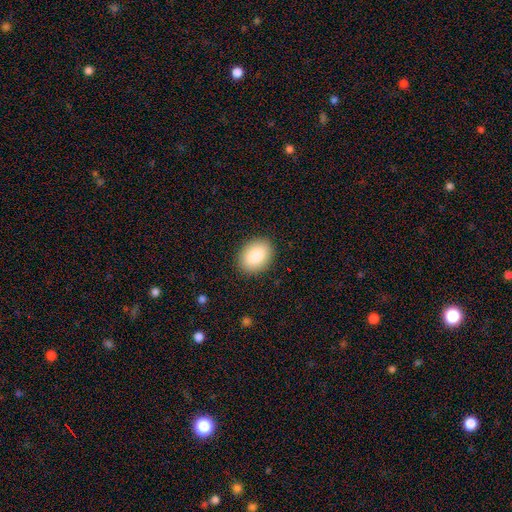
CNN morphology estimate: Overall: smooth (83%). How rounded: in between (72%). Merging: none (89%).